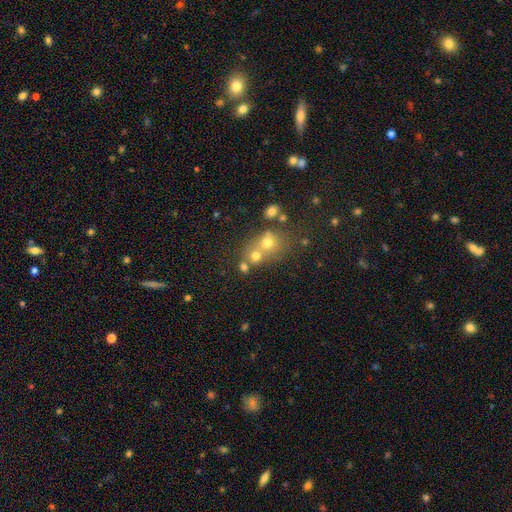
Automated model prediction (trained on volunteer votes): smooth-or-featured: smooth: 66% | star or artifact: 18% | featured or disk: 16%
  how-rounded: round: 73% | in between: 26% | cigar-shaped: 1%
  merging: merger: 49% | none: 38% | minor disturbance: 8% | major disturbance: 4%